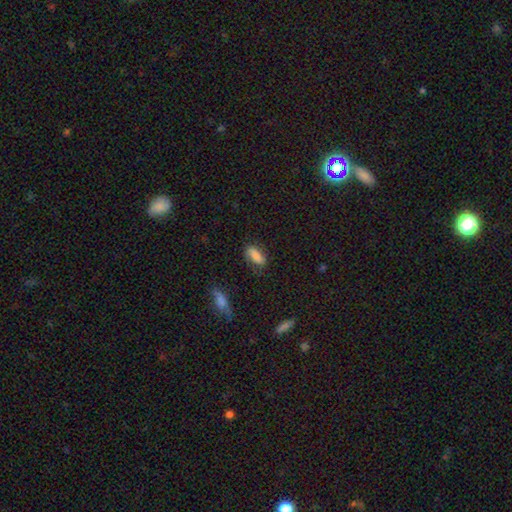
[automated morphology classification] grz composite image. It shows a smooth galaxy with no disk features (66%) that is in between round and cigar-shaped (80%). Merging: none (62%).